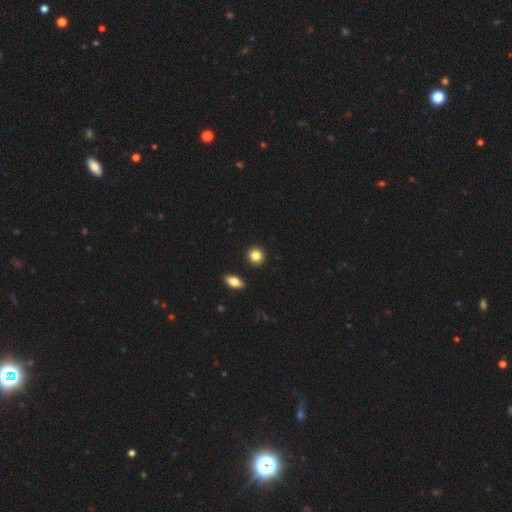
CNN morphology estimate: Q: Smooth or featured?
A: smooth (85%); runner-up: star or artifact (10%)
Q: How rounded?
A: round (87%); runner-up: in between (12%)
Q: Merging?
A: none (91%); runner-up: minor disturbance (5%)